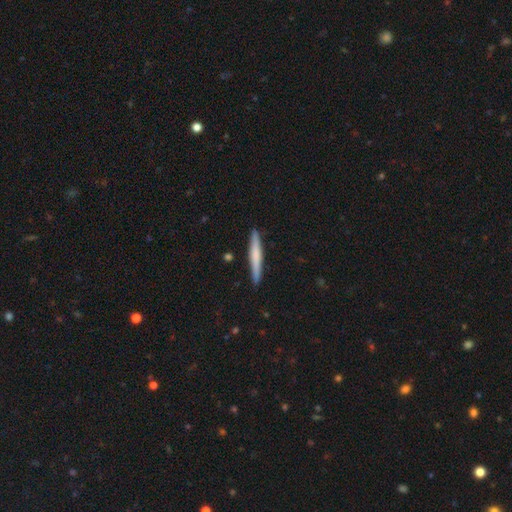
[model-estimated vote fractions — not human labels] Q: Smooth or featured?
A: smooth (57%); runner-up: featured or disk (38%)
Q: How rounded?
A: cigar-shaped (96%); runner-up: in between (3%)
Q: Merging?
A: none (90%); runner-up: minor disturbance (7%)